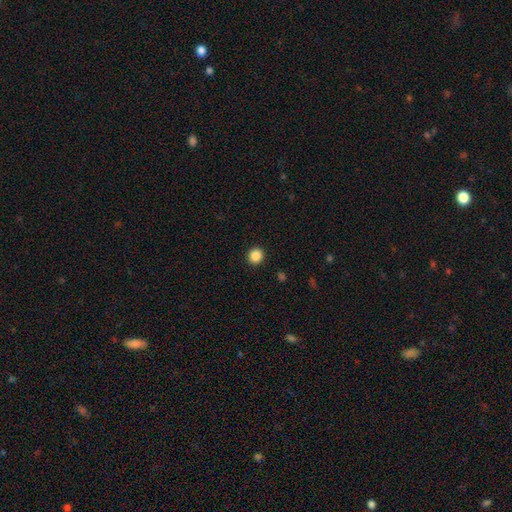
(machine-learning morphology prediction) This is clearly a smooth galaxy (87%). How rounded: clearly round (92%). Merging: clearly none (93%).